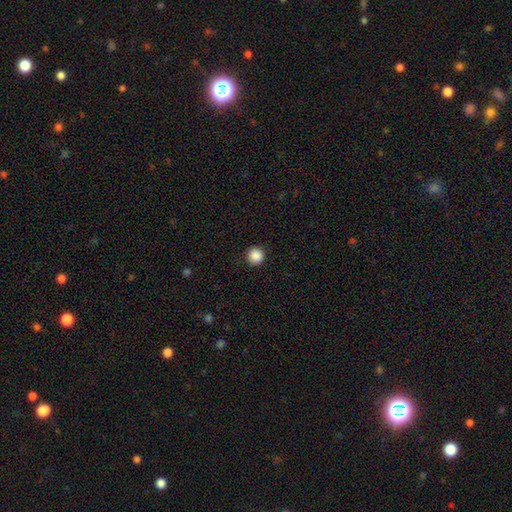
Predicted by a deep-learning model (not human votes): A smooth galaxy with no disk features (88%) that is round (95%). Merging: none (91%).